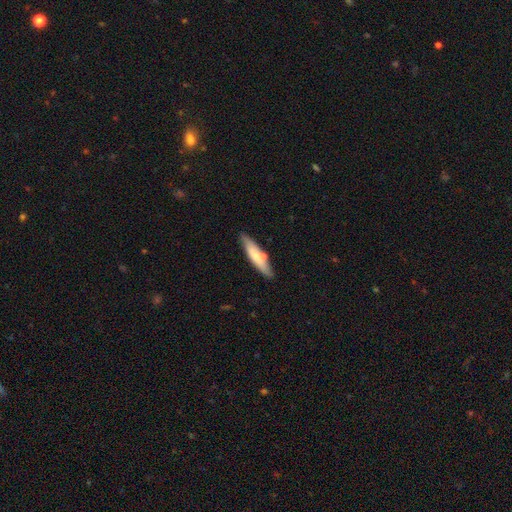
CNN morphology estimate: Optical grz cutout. It shows a smooth galaxy with no disk features (64%) that is cigar-shaped (80%). Merging: none (75%).